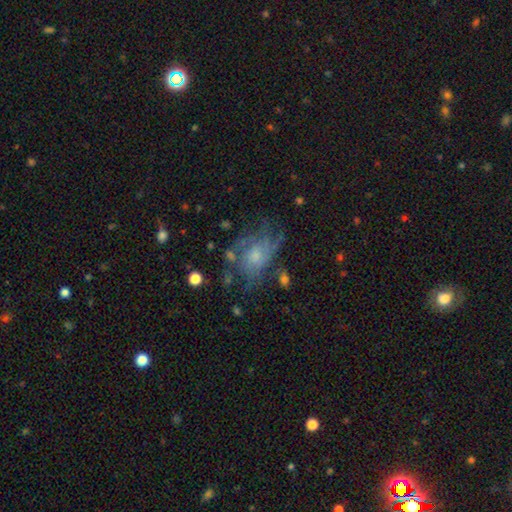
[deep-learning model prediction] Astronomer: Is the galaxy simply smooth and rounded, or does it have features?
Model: featured or disk — 65%.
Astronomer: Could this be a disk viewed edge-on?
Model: no — 96%.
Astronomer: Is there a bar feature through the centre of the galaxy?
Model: no — 79%.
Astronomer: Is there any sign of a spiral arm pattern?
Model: yes — 77%.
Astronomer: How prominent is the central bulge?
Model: small — 48% (runner-up: moderate, 38%).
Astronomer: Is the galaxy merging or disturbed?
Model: none — 51%.